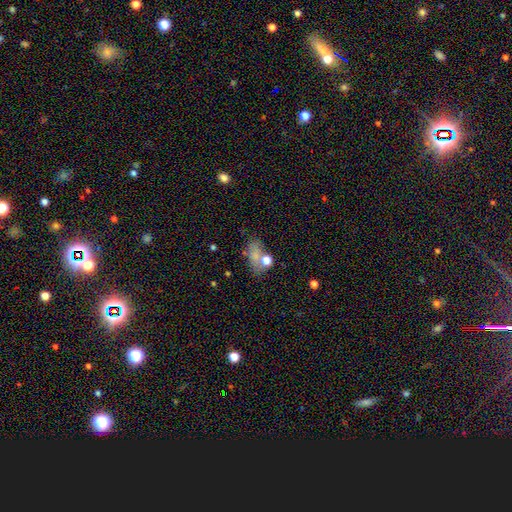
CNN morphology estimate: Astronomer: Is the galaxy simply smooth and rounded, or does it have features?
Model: smooth — 65%.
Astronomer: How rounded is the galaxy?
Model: in between — 79%.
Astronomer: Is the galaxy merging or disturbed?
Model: none — 59%.